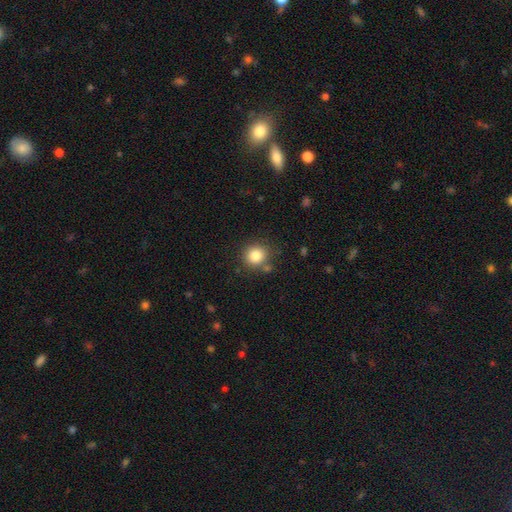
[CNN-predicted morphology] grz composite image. It shows a smooth galaxy with no disk features (83%) that is round (86%). Merging: none (78%).